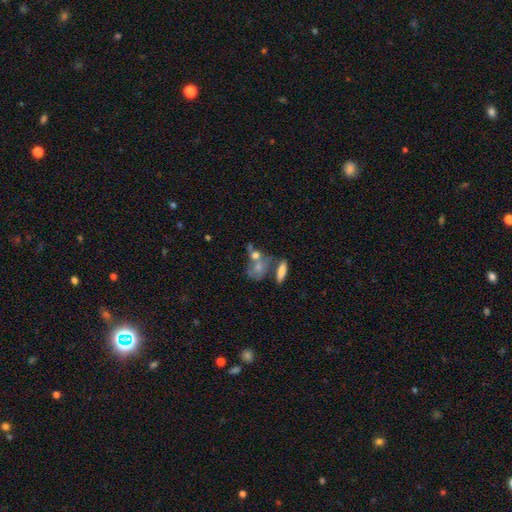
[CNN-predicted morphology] A smooth galaxy with no disk features (60%) that is in between round and cigar-shaped (55%). Merging: merger (45%).